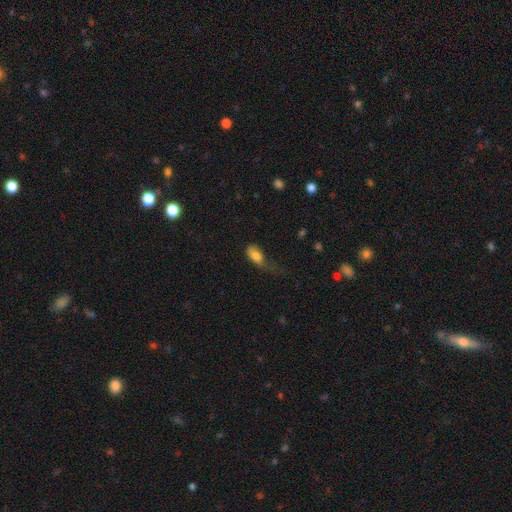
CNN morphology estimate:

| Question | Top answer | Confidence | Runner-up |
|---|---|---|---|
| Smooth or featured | smooth | 79% | featured or disk (13%) |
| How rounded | in between | 84% | cigar-shaped (9%) |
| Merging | major disturbance | 49% | minor disturbance (28%) |